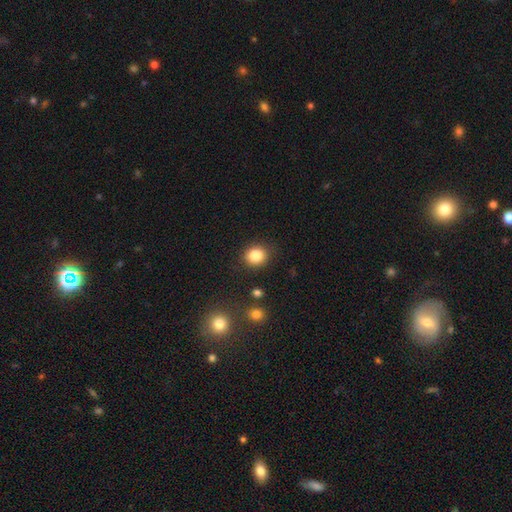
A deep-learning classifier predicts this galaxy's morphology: A smooth galaxy with no disk features (86%) that is round (76%).

Vote fractions:
- Smooth or featured? smooth: 86% / star or artifact: 10% / featured or disk: 5%
- How rounded? round: 76% / in between: 23% / cigar-shaped: 1%
- Merging? none: 87% / minor disturbance: 8% / major disturbance: 3% / merger: 2%